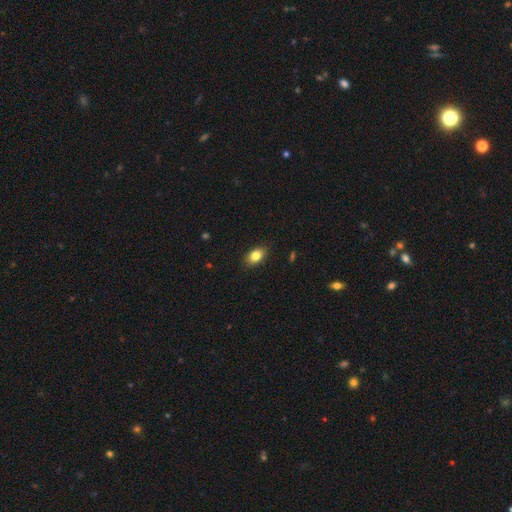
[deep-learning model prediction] smooth-or-featured: smooth: 83% | featured or disk: 9% | star or artifact: 9%
  how-rounded: in between: 85% | round: 13% | cigar-shaped: 2%
  merging: none: 87% | minor disturbance: 10% | major disturbance: 2% | merger: 1%